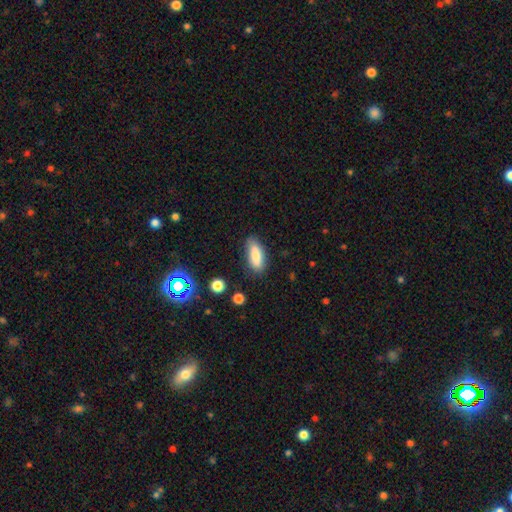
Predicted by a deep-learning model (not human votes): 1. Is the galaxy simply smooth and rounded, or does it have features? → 84% smooth, 9% featured or disk, 8% star or artifact.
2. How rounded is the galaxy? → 70% in between, 27% cigar-shaped, 2% round.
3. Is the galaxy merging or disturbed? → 80% none, 15% minor disturbance, 3% major disturbance, 2% merger.